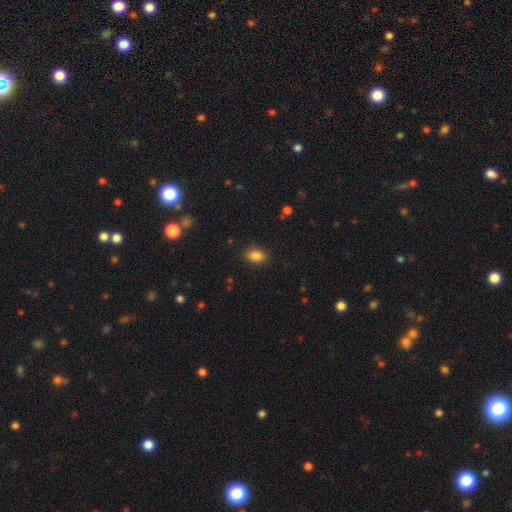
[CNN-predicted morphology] smooth_or_featured: smooth (p=0.86) [alt: star or artifact p=0.10]
how_rounded: in between (p=0.84) [alt: round p=0.14]
merging: none (p=0.87) [alt: minor disturbance p=0.09]